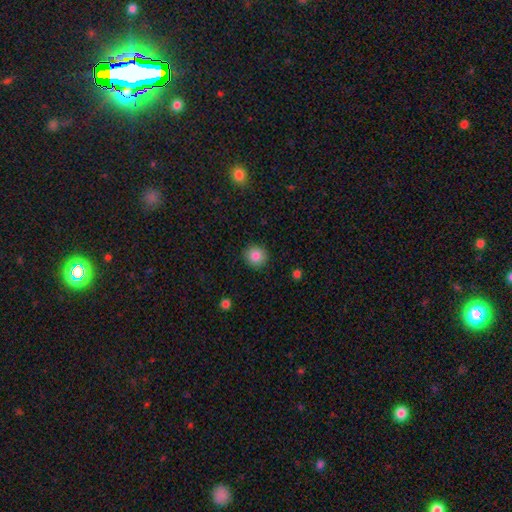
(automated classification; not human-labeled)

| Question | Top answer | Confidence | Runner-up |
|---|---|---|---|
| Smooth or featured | smooth | 85% | star or artifact (10%) |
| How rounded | round | 91% | in between (8%) |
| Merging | none | 91% | minor disturbance (6%) |